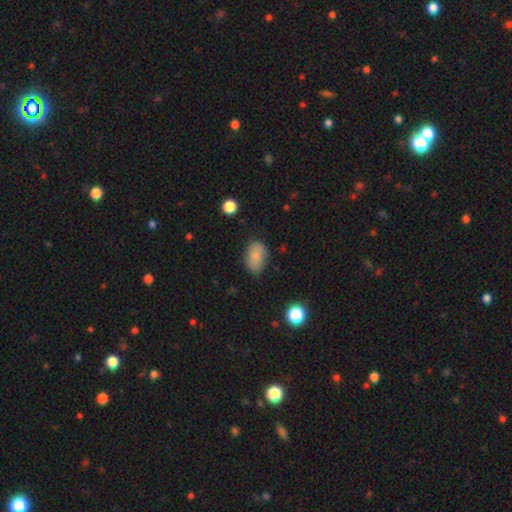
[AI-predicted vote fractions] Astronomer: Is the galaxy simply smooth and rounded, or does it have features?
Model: smooth — 83%.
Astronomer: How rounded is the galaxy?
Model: in between — 87%.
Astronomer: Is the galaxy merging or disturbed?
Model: none — 78%.